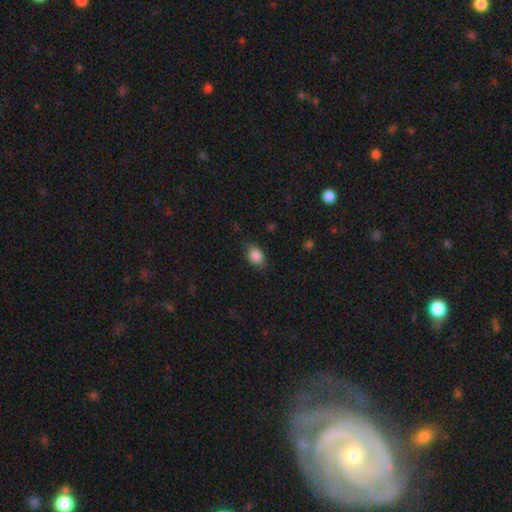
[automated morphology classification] smooth-or-featured: smooth: 87% | star or artifact: 8% | featured or disk: 5%
  how-rounded: in between: 74% | round: 25% | cigar-shaped: 1%
  merging: none: 79% | minor disturbance: 16% | major disturbance: 4% | merger: 1%